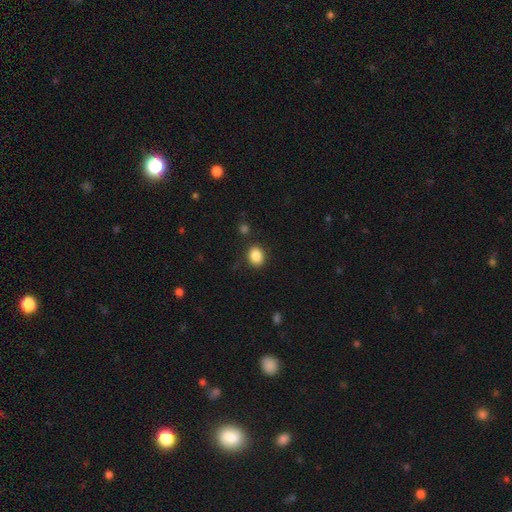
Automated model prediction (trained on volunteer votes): smooth 87%, star or artifact 9%, featured or disk 4%. Down the decision tree: how rounded — round (51%); merging — none (86%).